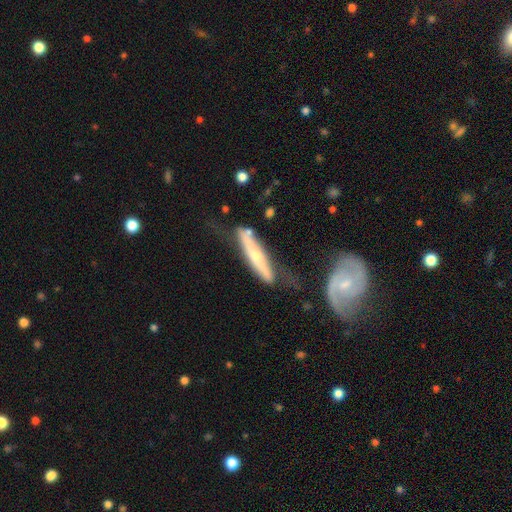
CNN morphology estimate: A featured or disk galaxy (61%) viewed edge-on (66%). Merging: none (48%).